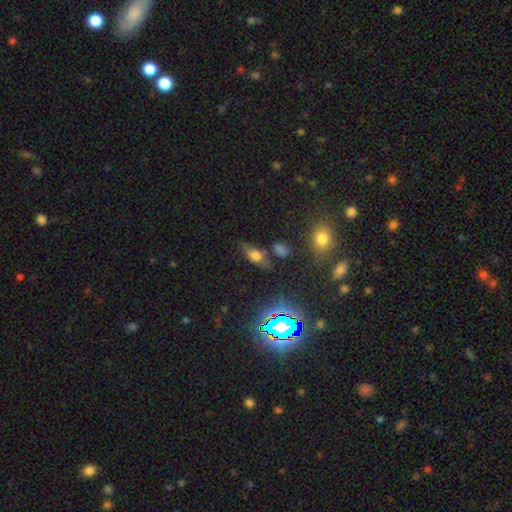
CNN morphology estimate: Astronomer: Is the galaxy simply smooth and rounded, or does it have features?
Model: smooth — 50% (runner-up: featured or disk, 28%).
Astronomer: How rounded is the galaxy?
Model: in between — 65%.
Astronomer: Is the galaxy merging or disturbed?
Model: none — 62%.